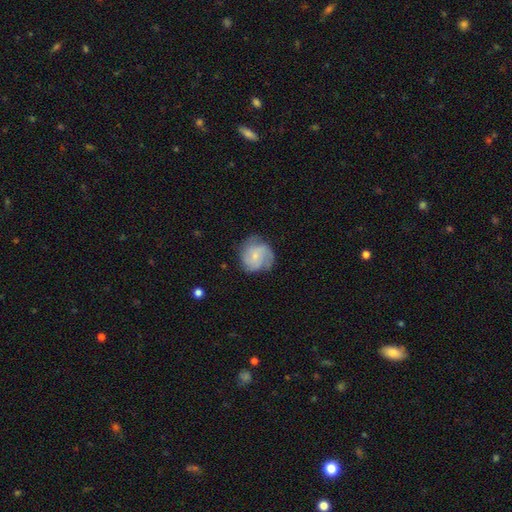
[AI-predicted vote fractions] This is possibly a featured or disk galaxy (54%). It is clearly not viewed edge-on (97%). Bar: likely no (70%). Spiral arm pattern: clearly yes (87%). Central bulge: likely small (70%). Merging: likely none (66%).